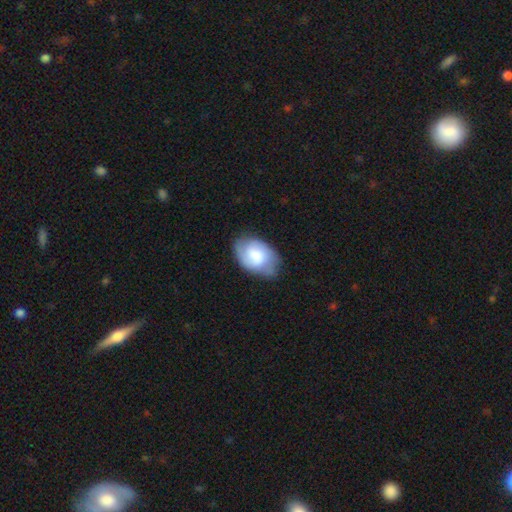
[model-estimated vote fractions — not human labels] Smooth or featured?
  - smooth: 56% *
  - featured or disk: 37%
  - star or artifact: 7%
How rounded?
  - in between: 86% *
  - round: 13%
  - cigar-shaped: 1%
Merging?
  - none: 60% *
  - minor disturbance: 30%
  - major disturbance: 8%
  - merger: 2%